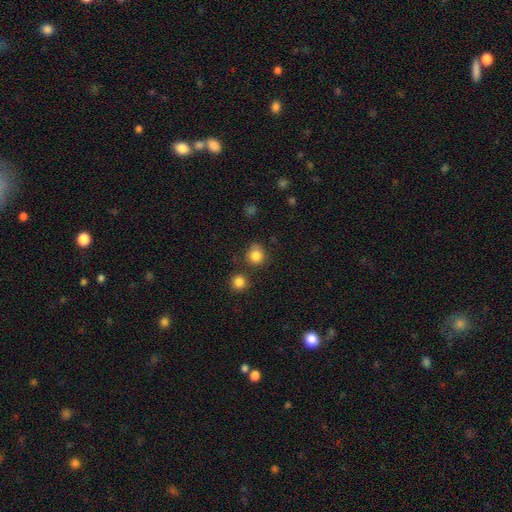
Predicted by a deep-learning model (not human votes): Smooth or featured? smooth (83%)
How rounded? round (88%)
Merging? none (75%)